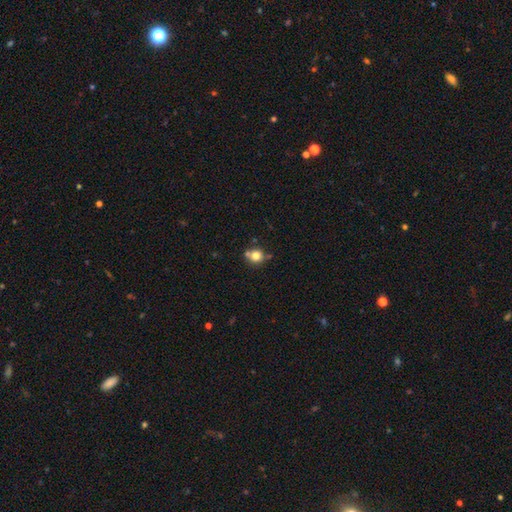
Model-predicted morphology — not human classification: The model was most divided on "merging": none: 65%, merger: 19%, minor disturbance: 12%, major disturbance: 3%. More confident: how rounded — round (88%); smooth or featured — smooth (77%).